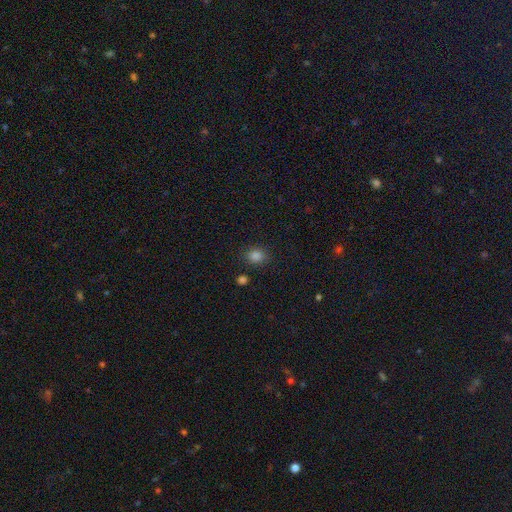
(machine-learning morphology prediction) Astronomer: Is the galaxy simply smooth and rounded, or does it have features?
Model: smooth — 82%.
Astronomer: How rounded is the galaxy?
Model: round — 62%.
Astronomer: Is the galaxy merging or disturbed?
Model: none — 86%.